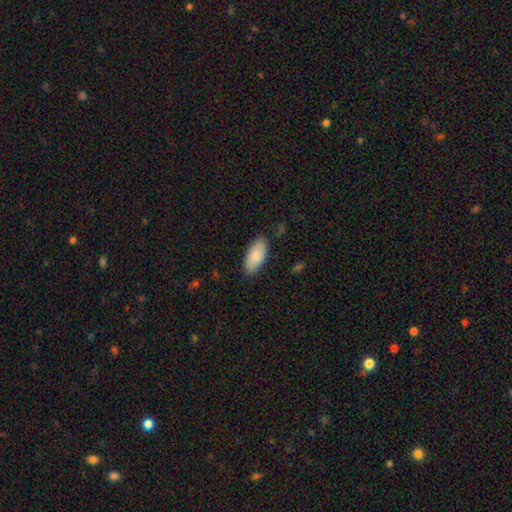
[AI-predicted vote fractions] This is clearly a smooth galaxy (85%). How rounded: clearly in between (92%). Merging: clearly none (84%).